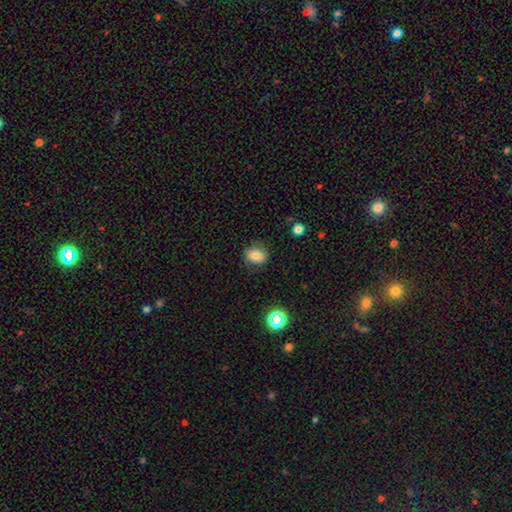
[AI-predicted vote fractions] The model was most divided on "how rounded": round: 54%, in between: 45%, cigar-shaped: 1%. More confident: merging — none (83%); smooth or featured — smooth (78%).